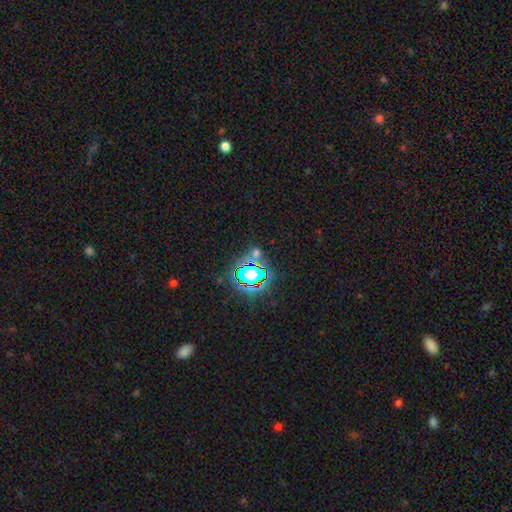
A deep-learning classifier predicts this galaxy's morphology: Smooth or featured? star or artifact (74%)